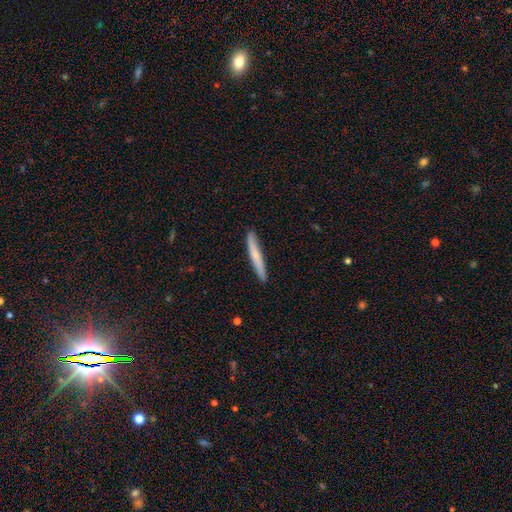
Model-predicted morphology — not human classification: type=smooth (66%); roundness=cigar-shaped (96%); merging=none (90%).